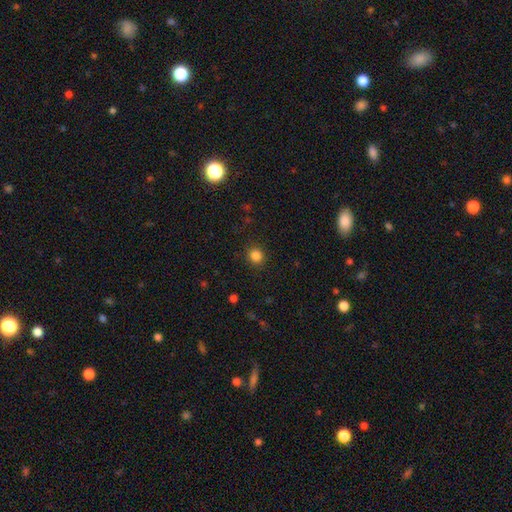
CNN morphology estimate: Smooth or featured? smooth (84%)
How rounded? round (90%)
Merging? none (90%)